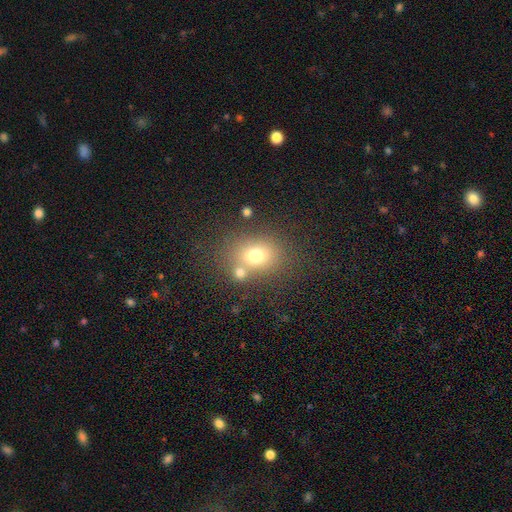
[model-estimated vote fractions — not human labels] A smooth galaxy with no disk features (71%) that is round (50%). Merging: none (63%).